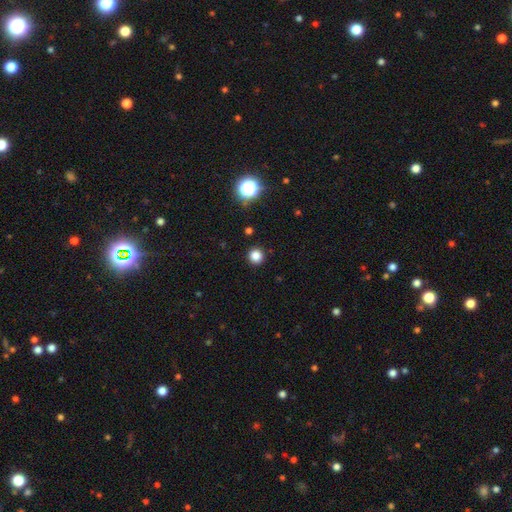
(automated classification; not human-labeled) Smooth or featured? Predicted: smooth (p=0.83). How rounded? Predicted: round (p=0.94). Merging? Predicted: none (p=0.92).